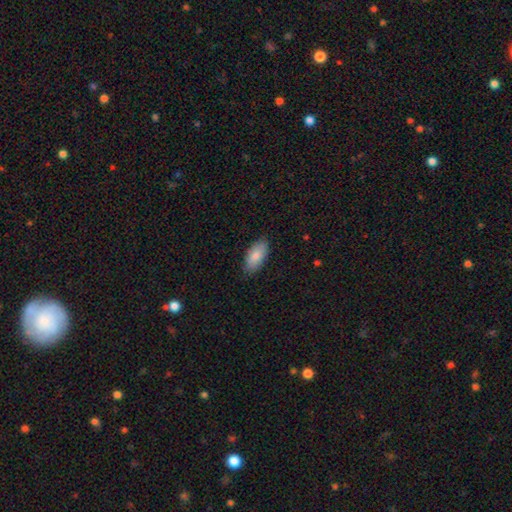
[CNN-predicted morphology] smooth 83%, featured or disk 11%, star or artifact 6%. Down the decision tree: how rounded — in between (92%); merging — none (83%).